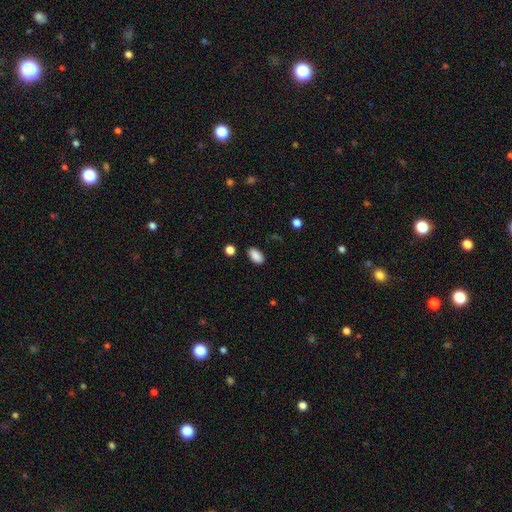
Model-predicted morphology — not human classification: Overall: smooth (88%). How rounded: in between (93%). Merging: none (86%).